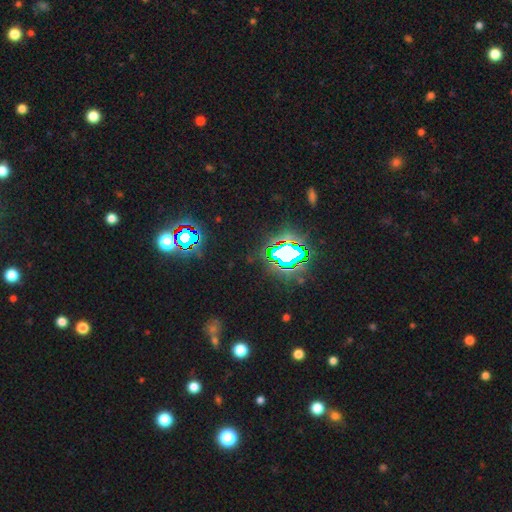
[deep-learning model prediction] Overall: star or artifact (79%).